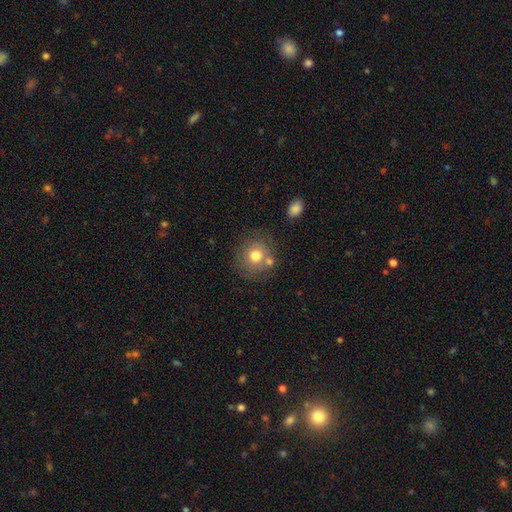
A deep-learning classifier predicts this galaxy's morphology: This appears to be a smooth galaxy with no disk features (73%) that is round (84%). Merging: none (66%).